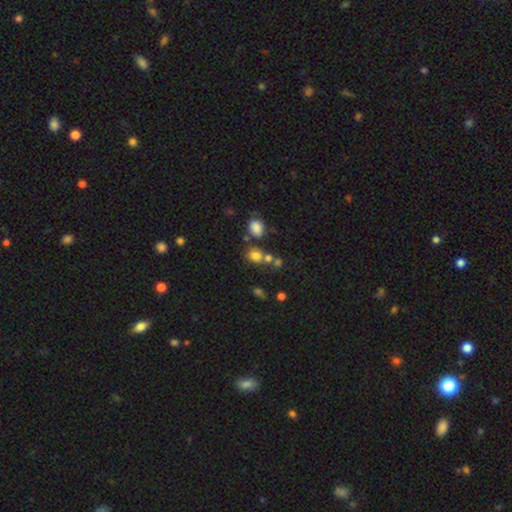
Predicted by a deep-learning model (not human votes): Smooth or featured?
  - smooth: 75% *
  - star or artifact: 16%
  - featured or disk: 9%
How rounded?
  - round: 56% *
  - in between: 43%
  - cigar-shaped: 1%
Merging?
  - none: 55% *
  - merger: 26%
  - minor disturbance: 13%
  - major disturbance: 6%